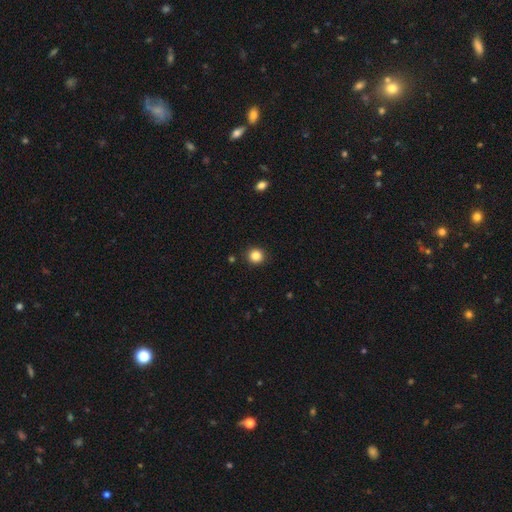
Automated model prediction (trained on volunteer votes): Morphology: type=smooth (84%); roundness=round (93%); merging=none (92%).